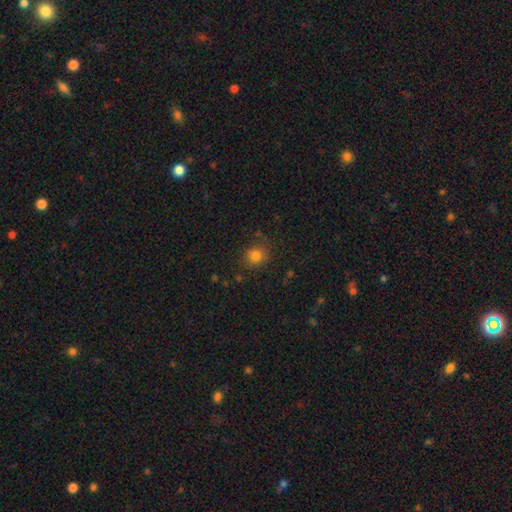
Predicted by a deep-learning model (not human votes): Q: Smooth or featured?
A: smooth (80%); runner-up: star or artifact (14%)
Q: How rounded?
A: round (76%); runner-up: in between (23%)
Q: Merging?
A: none (81%); runner-up: minor disturbance (13%)